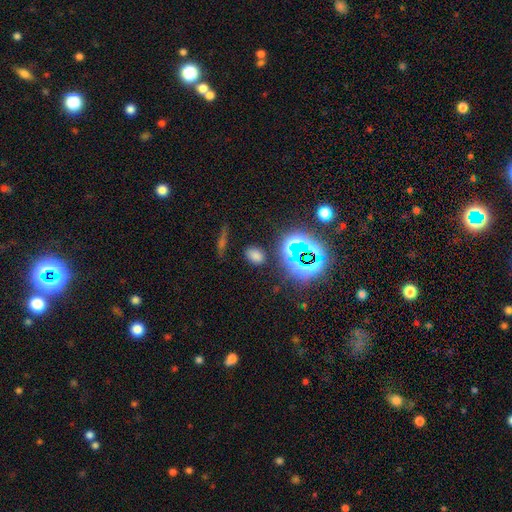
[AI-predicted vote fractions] smooth-or-featured: smooth: 65% | star or artifact: 28% | featured or disk: 7%
  how-rounded: in between: 79% | round: 19% | cigar-shaped: 2%
  merging: none: 82% | minor disturbance: 10% | major disturbance: 4% | merger: 3%